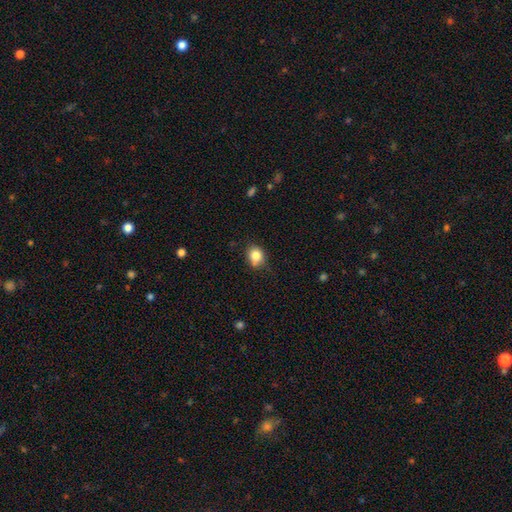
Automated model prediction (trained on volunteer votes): Smooth or featured? smooth (82%)
How rounded? round (65%)
Merging? none (68%)